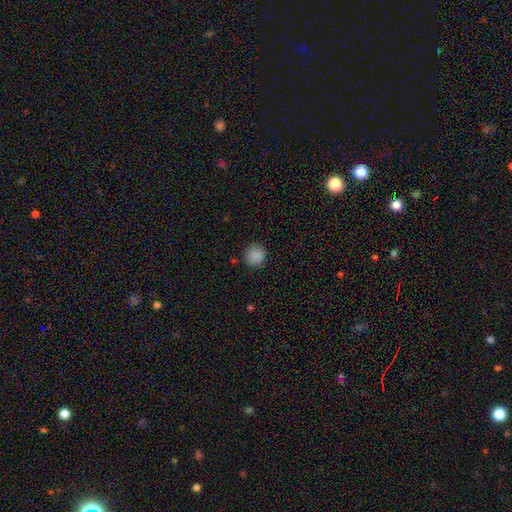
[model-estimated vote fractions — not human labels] Overall: smooth (88%). How rounded: round (91%). Merging: none (87%).